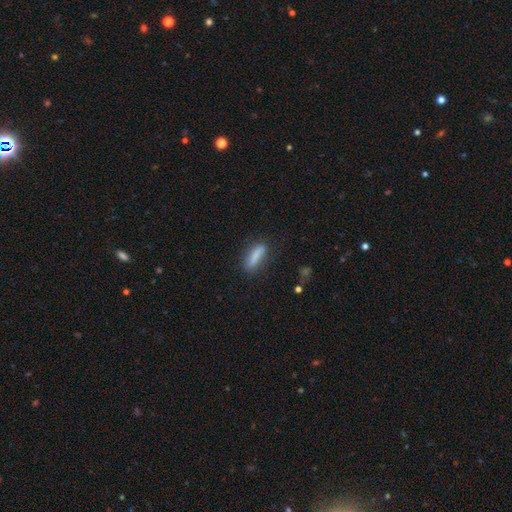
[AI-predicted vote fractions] A smooth galaxy with no disk features (80%) that is cigar-shaped (64%).

Vote fractions:
- Smooth or featured? smooth: 80% / featured or disk: 12% / star or artifact: 8%
- How rounded? cigar-shaped: 64% / in between: 34% / round: 2%
- Merging? none: 77% / minor disturbance: 16% / major disturbance: 5% / merger: 2%